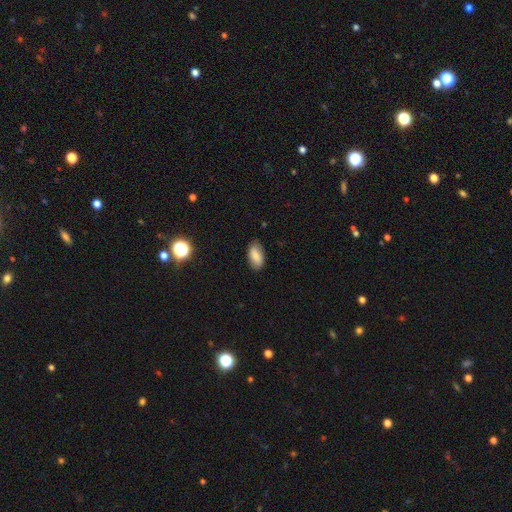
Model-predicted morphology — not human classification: Smooth or featured?
  - smooth: 79% *
  - featured or disk: 13%
  - star or artifact: 8%
How rounded?
  - in between: 92% *
  - cigar-shaped: 5%
  - round: 4%
Merging?
  - none: 81% *
  - minor disturbance: 15%
  - major disturbance: 3%
  - merger: 1%